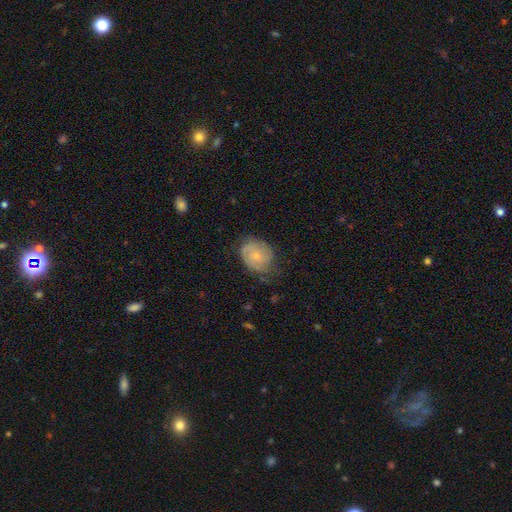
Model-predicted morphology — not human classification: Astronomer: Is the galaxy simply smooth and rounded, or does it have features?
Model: featured or disk — 54% (runner-up: smooth, 39%).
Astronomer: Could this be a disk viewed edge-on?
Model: no — 97%.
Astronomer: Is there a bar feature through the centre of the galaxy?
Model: no — 76%.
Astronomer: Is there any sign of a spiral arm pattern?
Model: yes — 85%.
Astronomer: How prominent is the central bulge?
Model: small — 68%.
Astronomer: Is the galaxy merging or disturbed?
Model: none — 61%.